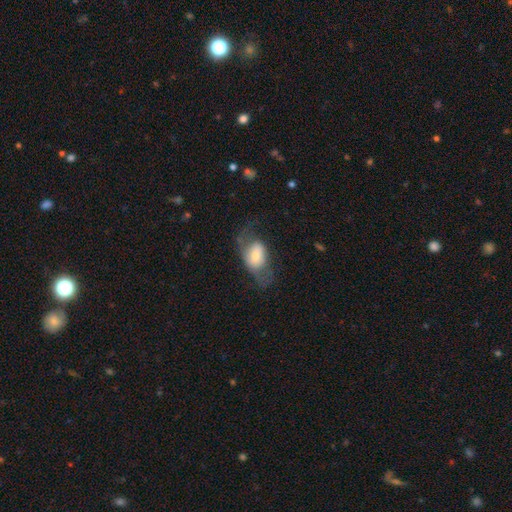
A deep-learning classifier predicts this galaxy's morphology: Smooth or featured?
  - smooth: 57% *
  - featured or disk: 36%
  - star or artifact: 8%
How rounded?
  - in between: 78% *
  - round: 20%
  - cigar-shaped: 2%
Merging?
  - none: 40% *
  - major disturbance: 32%
  - minor disturbance: 26%
  - merger: 2%